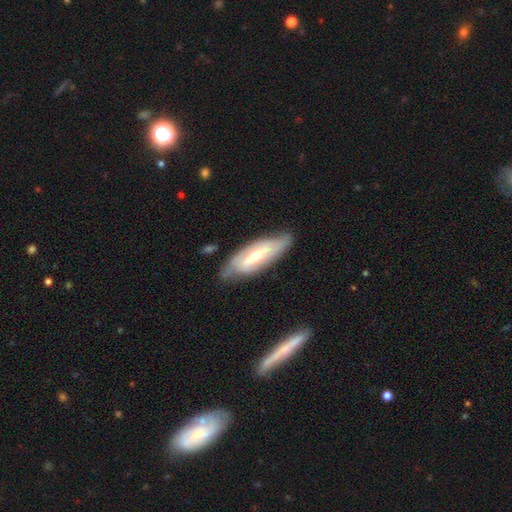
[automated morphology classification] The model was most divided on "bar": strong: 37%, weak: 36%, no: 28%. More confident: edge-on disk — no (79%); smooth or featured — featured or disk (70%); spiral arms — yes (69%); merging — none (67%); bulge size — moderate (56%).